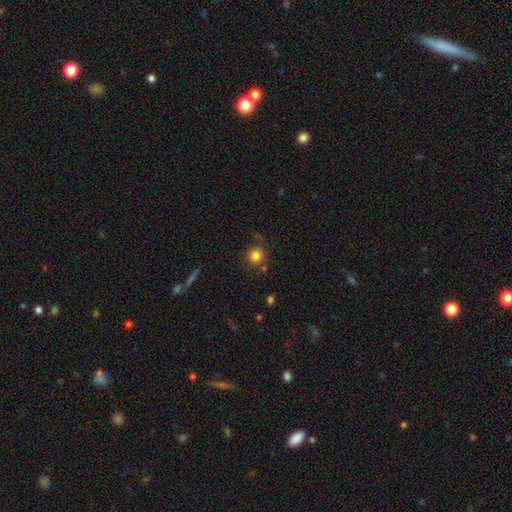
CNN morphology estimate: Smooth or featured? Predicted: smooth (p=0.83). How rounded? Predicted: round (p=0.93). Merging? Predicted: none (p=0.78).